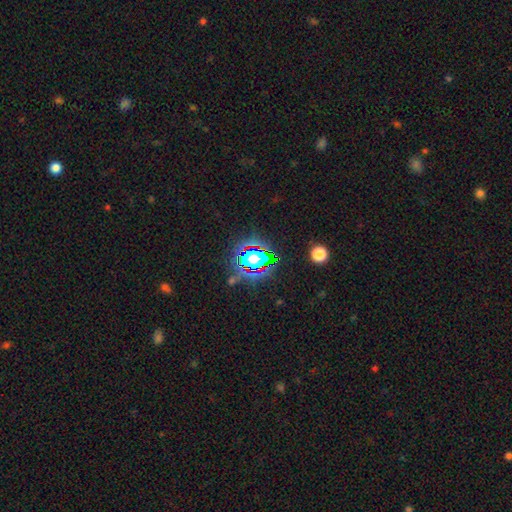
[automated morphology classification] Smooth or featured? star or artifact (70%)